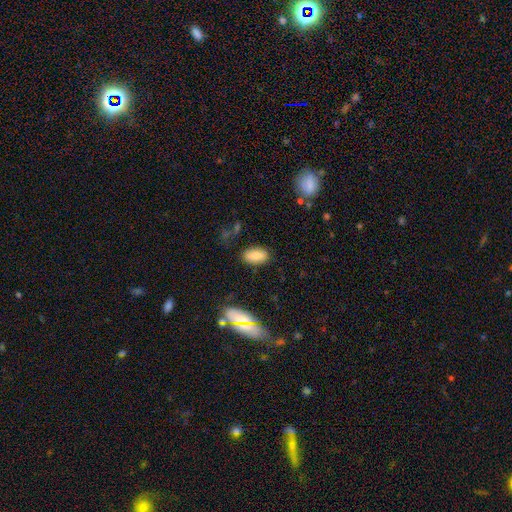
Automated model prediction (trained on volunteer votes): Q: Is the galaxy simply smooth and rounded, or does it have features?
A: smooth — 79%.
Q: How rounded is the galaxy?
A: in between — 91%.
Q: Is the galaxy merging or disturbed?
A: none — 83%.